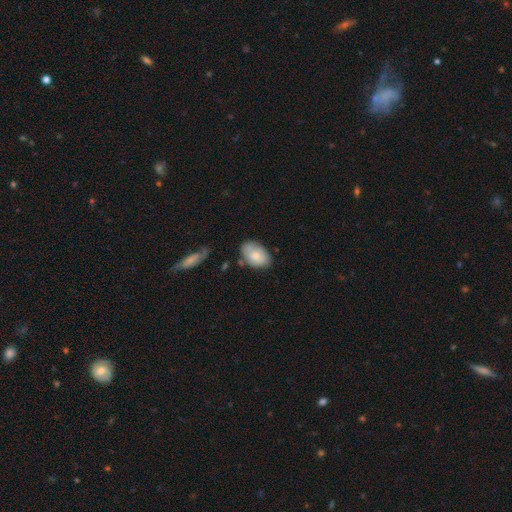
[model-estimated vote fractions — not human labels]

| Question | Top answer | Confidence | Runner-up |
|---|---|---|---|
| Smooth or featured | smooth | 77% | featured or disk (17%) |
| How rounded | in between | 90% | round (8%) |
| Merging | none | 65% | minor disturbance (25%) |